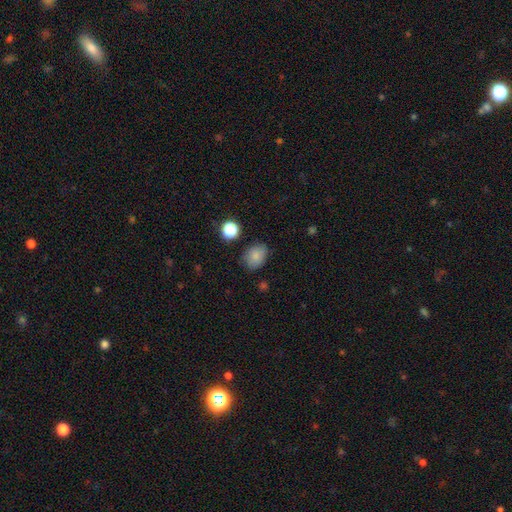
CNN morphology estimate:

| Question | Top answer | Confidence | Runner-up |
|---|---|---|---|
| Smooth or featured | smooth | 83% | star or artifact (10%) |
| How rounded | in between | 65% | round (34%) |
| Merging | none | 75% | minor disturbance (19%) |